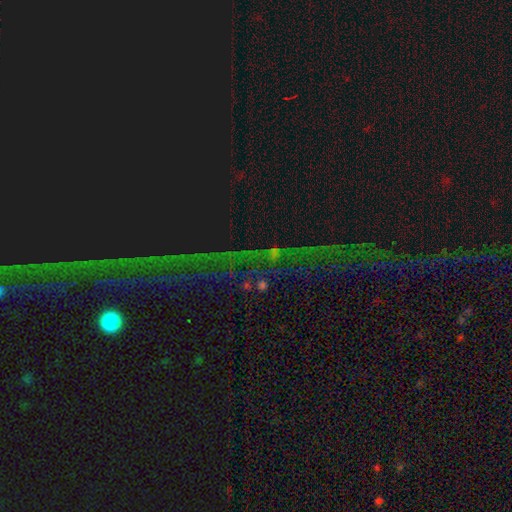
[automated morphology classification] star or artifact 83%, featured or disk 9%, smooth 7%.